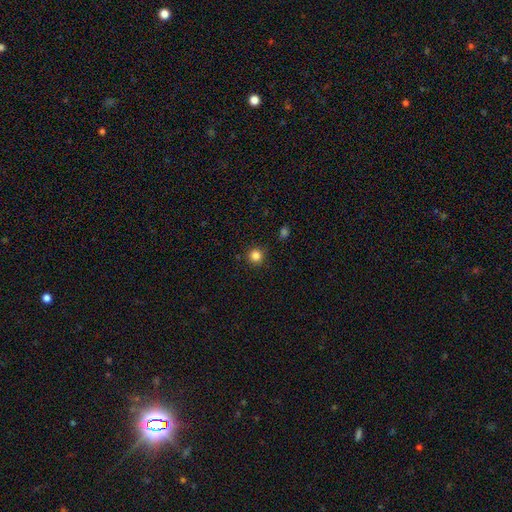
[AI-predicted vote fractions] Smooth or featured: smooth — 84% (star or artifact — 12%)
How rounded: round — 95% (in between — 4%)
Merging: none — 90% (minor disturbance — 6%)